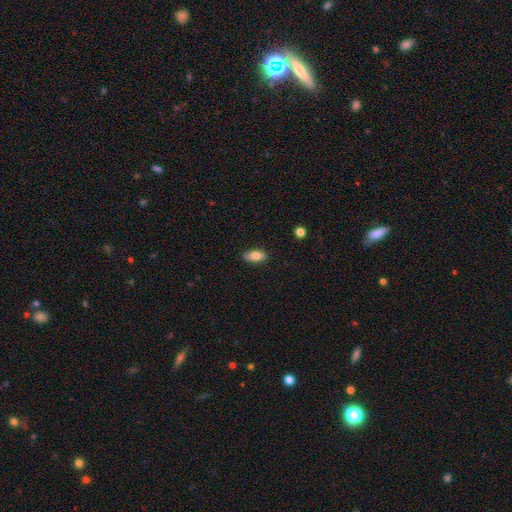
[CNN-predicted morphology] This appears to be a smooth galaxy with no disk features (83%) that is in between round and cigar-shaped (89%). Merging: none (85%).